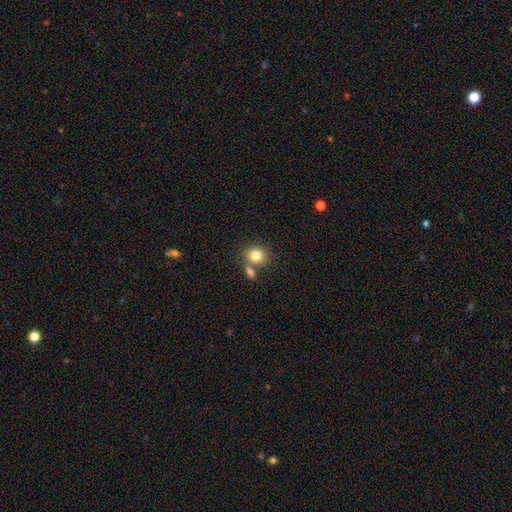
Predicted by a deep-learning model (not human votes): smooth_or_featured: smooth (p=0.82) [alt: star or artifact p=0.10]
how_rounded: round (p=0.75) [alt: in between p=0.24]
merging: none (p=0.61) [alt: merger p=0.26]